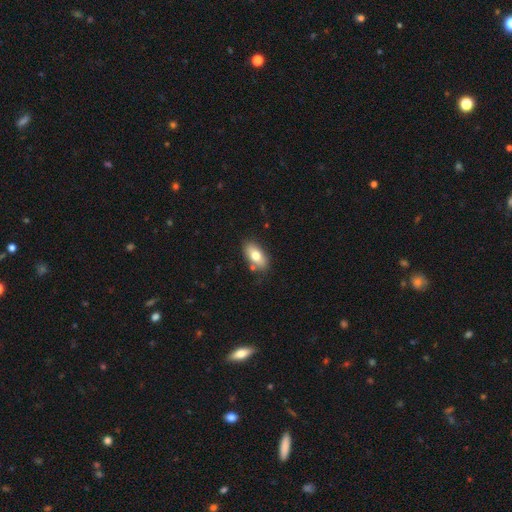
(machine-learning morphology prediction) Smooth or featured?
  - smooth: 73% *
  - featured or disk: 19%
  - star or artifact: 7%
How rounded?
  - in between: 90% *
  - cigar-shaped: 6%
  - round: 4%
Merging?
  - none: 78% *
  - minor disturbance: 14%
  - merger: 5%
  - major disturbance: 3%